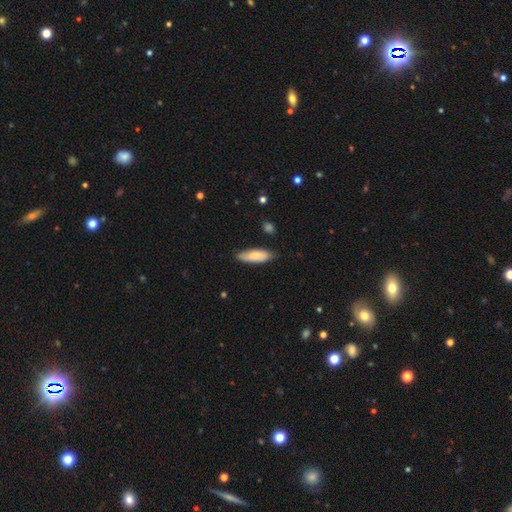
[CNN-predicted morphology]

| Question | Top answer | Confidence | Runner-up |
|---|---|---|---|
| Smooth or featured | smooth | 78% | featured or disk (16%) |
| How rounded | in between | 60% | cigar-shaped (38%) |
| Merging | none | 79% | minor disturbance (17%) |